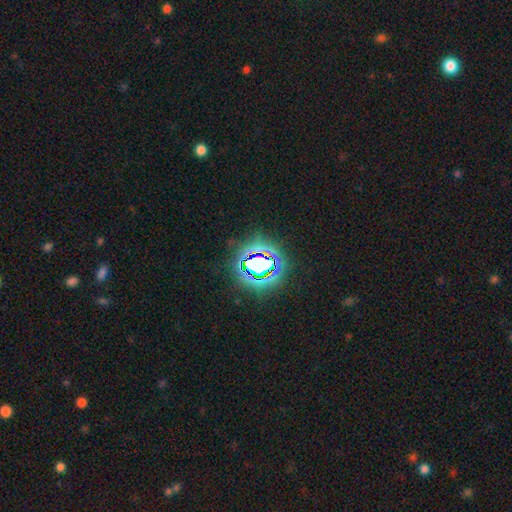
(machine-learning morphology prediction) Smooth or featured?
  - star or artifact: 78% *
  - smooth: 14%
  - featured or disk: 9%